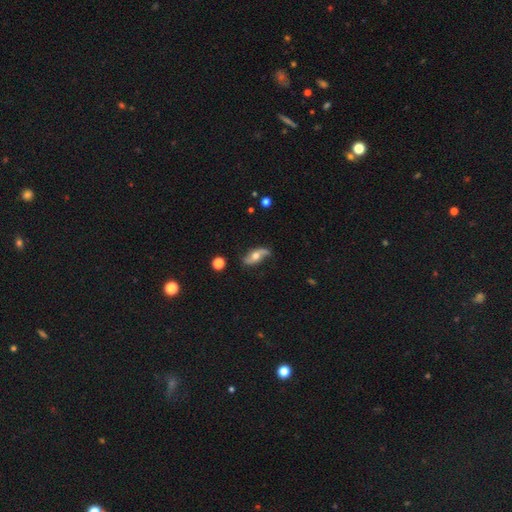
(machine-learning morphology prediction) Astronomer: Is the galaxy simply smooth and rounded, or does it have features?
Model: featured or disk — 72%.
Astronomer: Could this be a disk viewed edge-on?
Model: no — 85%.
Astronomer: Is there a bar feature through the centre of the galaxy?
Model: no — 68%.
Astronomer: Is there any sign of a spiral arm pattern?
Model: yes — 89%.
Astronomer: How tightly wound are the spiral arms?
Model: loose — 79%.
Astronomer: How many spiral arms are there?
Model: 2 — 89%.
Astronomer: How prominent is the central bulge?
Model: moderate — 70%.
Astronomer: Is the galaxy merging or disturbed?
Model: none — 72%.